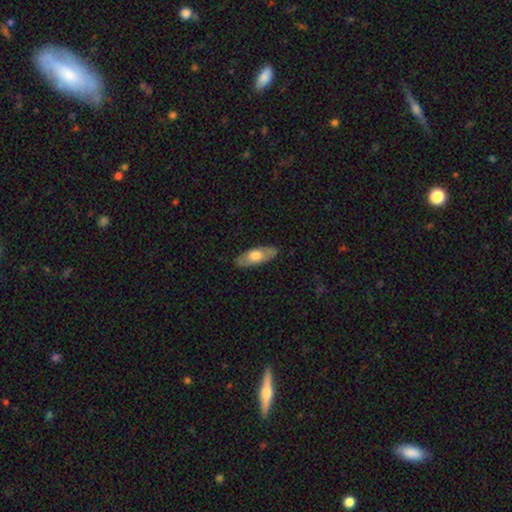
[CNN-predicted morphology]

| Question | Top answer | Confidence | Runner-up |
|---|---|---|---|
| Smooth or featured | smooth | 61% | featured or disk (34%) |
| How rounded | in between | 74% | cigar-shaped (23%) |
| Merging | none | 86% | minor disturbance (11%) |